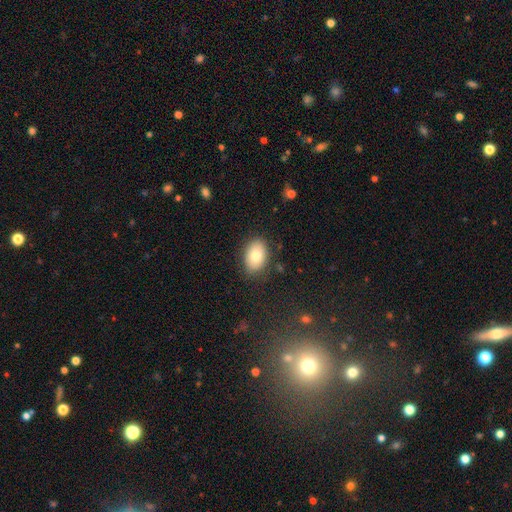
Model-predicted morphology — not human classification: type=smooth (80%); roundness=in between (85%); merging=none (85%).